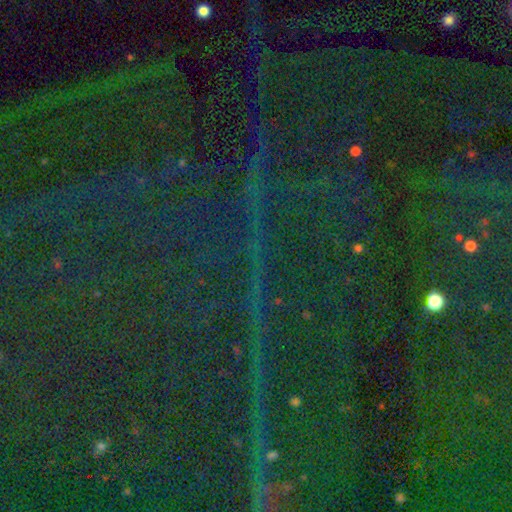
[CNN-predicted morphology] Smooth or featured? star or artifact (86%)